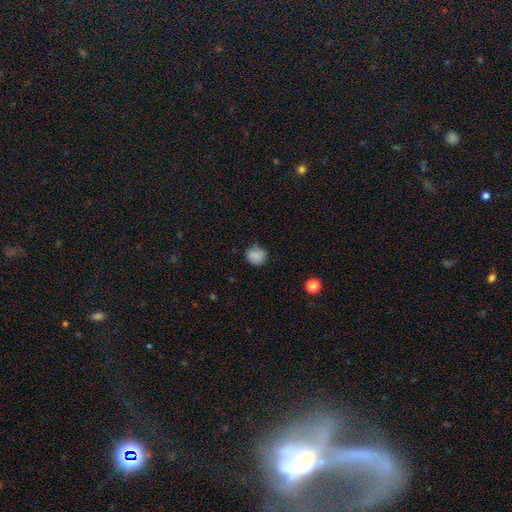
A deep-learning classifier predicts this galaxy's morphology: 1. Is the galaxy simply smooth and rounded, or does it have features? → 84% smooth, 10% star or artifact, 6% featured or disk.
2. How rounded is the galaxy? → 83% round, 17% in between, 1% cigar-shaped.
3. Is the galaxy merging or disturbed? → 72% none, 21% minor disturbance, 5% major disturbance, 2% merger.